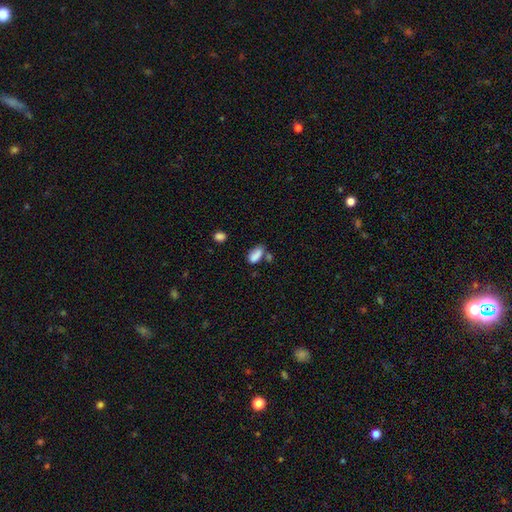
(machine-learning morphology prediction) Q: Smooth or featured?
A: smooth (83%); runner-up: star or artifact (10%)
Q: How rounded?
A: in between (89%); runner-up: cigar-shaped (6%)
Q: Merging?
A: none (45%); runner-up: merger (27%)